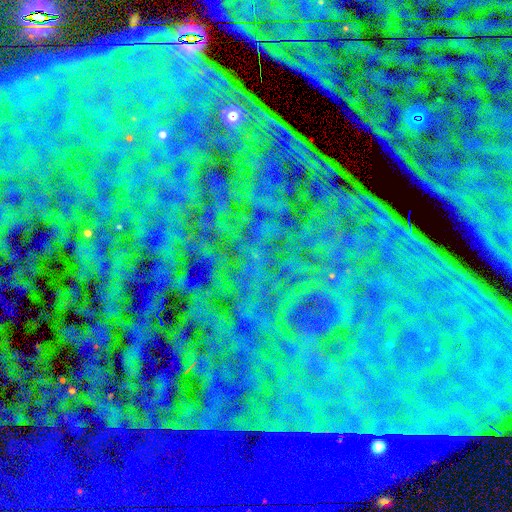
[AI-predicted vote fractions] Smooth or featured? star or artifact (86%)